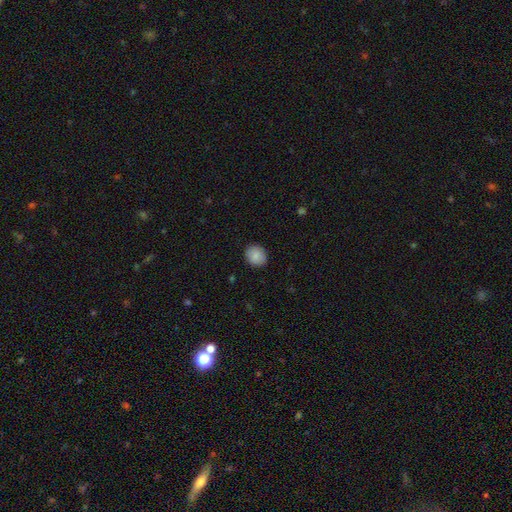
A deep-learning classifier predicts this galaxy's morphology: This appears to be a smooth galaxy with no disk features (88%) that is round (76%). Merging: none (89%).